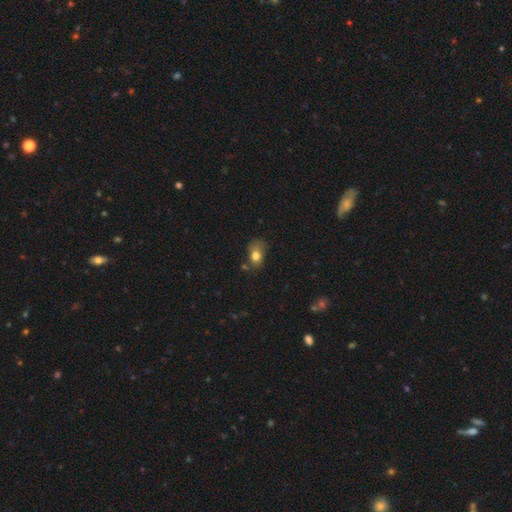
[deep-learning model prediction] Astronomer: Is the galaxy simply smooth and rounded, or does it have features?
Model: smooth — 76%.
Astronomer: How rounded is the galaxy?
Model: in between — 72%.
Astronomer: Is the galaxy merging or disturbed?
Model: none — 39% (runner-up: minor disturbance, 34%).